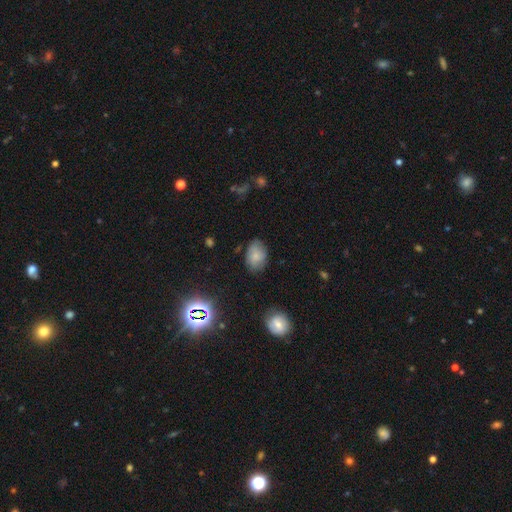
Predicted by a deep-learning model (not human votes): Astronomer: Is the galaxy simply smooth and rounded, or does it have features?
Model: smooth — 77%.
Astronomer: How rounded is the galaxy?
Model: in between — 84%.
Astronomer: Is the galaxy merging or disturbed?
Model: none — 76%.